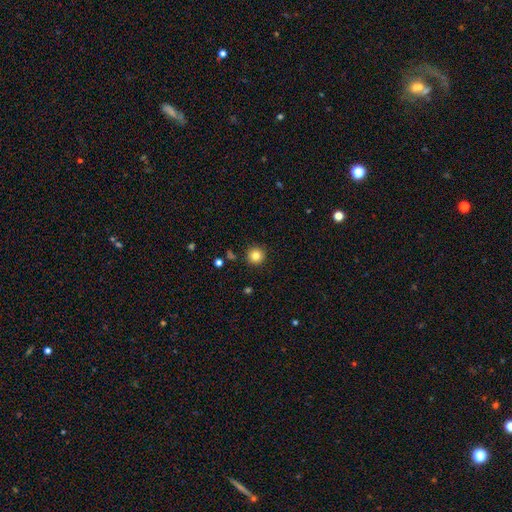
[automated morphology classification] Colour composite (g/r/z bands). It shows a smooth galaxy with no disk features (83%) that is round (95%). Merging: none (91%).